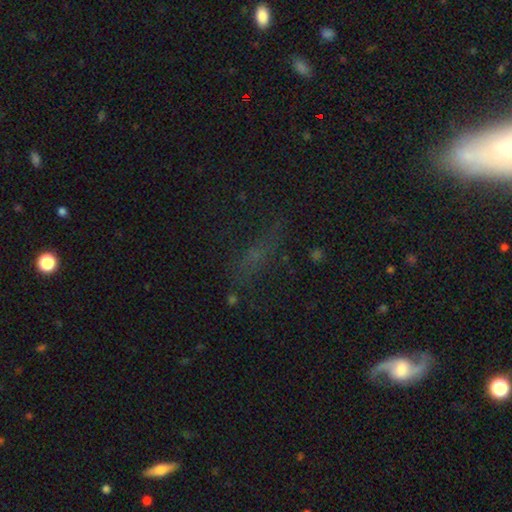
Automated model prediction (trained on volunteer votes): Smooth or featured? featured or disk (35%)
Merging? none (60%)